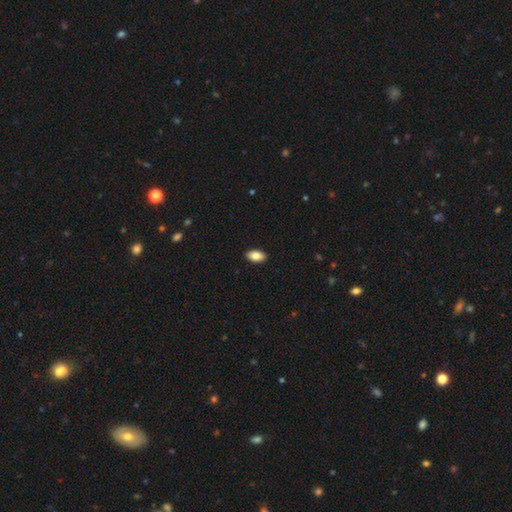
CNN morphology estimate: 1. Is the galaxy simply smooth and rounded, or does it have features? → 86% smooth, 7% featured or disk, 7% star or artifact.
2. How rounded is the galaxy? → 93% in between, 4% round, 3% cigar-shaped.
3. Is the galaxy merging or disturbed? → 91% none, 7% minor disturbance, 2% major disturbance, 1% merger.